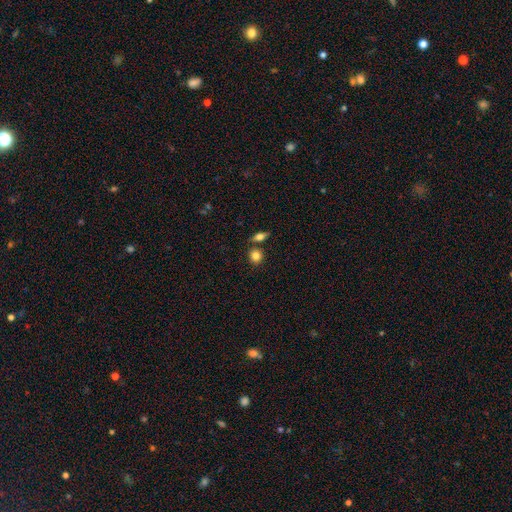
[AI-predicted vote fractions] Smooth or featured? smooth (83%)
How rounded? round (78%)
Merging? none (73%)